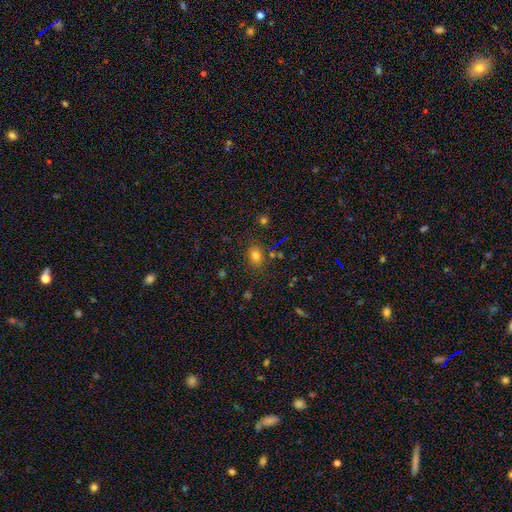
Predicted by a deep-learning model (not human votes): This appears to be a smooth galaxy with no disk features (76%) that is in between round and cigar-shaped (60%). Merging: none (79%).